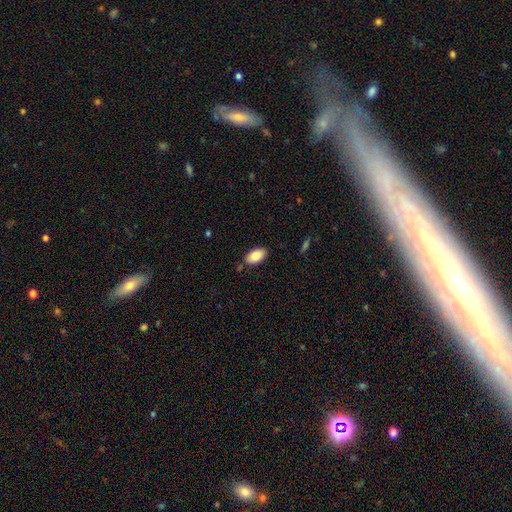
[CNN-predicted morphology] smooth-or-featured: smooth: 83% | featured or disk: 10% | star or artifact: 7%
  how-rounded: in between: 94% | round: 3% | cigar-shaped: 2%
  merging: none: 84% | minor disturbance: 11% | merger: 3% | major disturbance: 2%